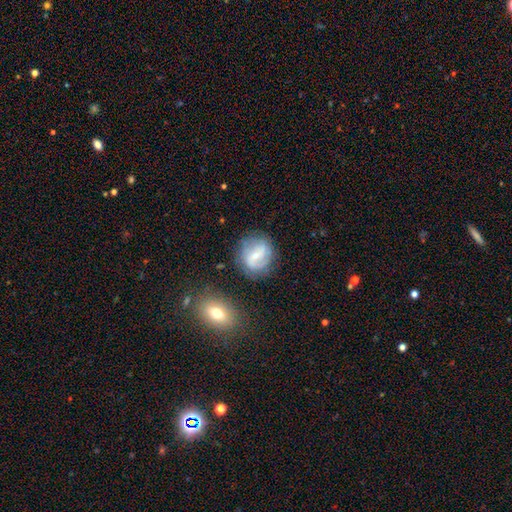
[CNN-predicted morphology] smooth_or_featured: featured or disk (p=0.67) [alt: smooth p=0.25]
disk_edge_on: no (p=0.96) [alt: yes p=0.04]
bar: weak (p=0.48) [alt: strong p=0.28]
has_spiral_arms: yes (p=0.84) [alt: no p=0.16]
spiral_winding: medium (p=0.40) [alt: loose p=0.37]
spiral_arm_count: 2 (p=0.70) [alt: can't tell p=0.17]
bulge_size: small (p=0.66) [alt: moderate p=0.29]
merging: none (p=0.75) [alt: minor disturbance p=0.15]